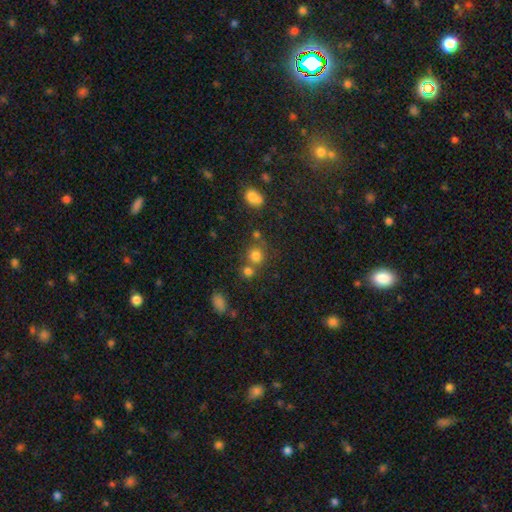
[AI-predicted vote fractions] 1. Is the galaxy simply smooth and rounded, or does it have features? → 75% smooth, 16% star or artifact, 8% featured or disk.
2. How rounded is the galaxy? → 84% round, 15% in between, 1% cigar-shaped.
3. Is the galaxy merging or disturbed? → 61% none, 25% merger, 10% minor disturbance, 4% major disturbance.